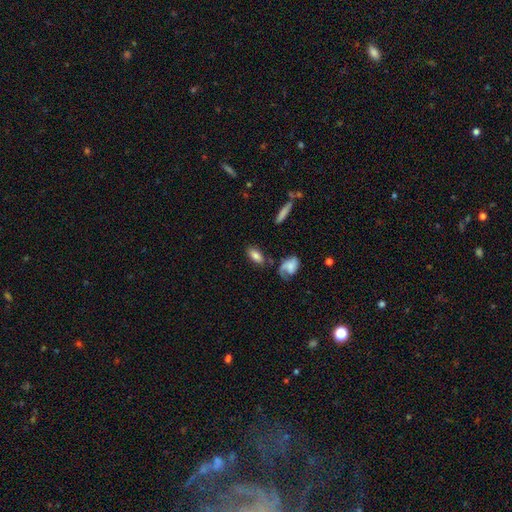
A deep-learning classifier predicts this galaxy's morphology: Overall: smooth (77%). How rounded: in between (87%). Merging: none (71%).